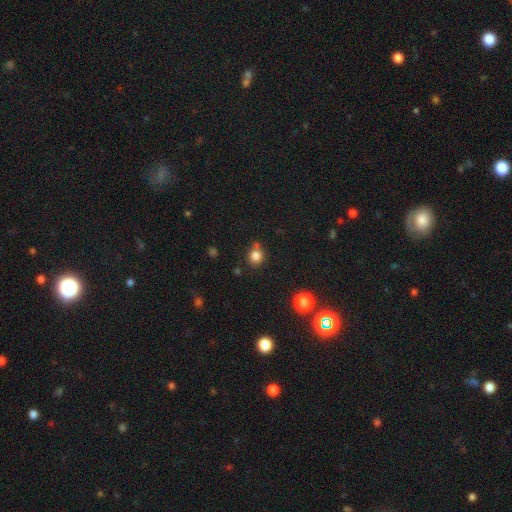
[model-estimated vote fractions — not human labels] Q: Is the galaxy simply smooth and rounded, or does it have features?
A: smooth — 81%.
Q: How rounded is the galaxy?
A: round — 85%.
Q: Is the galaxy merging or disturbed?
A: none — 68%.